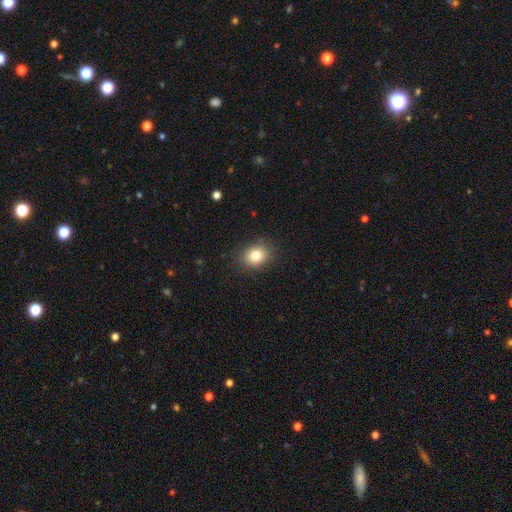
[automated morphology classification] A smooth galaxy with no disk features (83%) that is round (50%).

Vote fractions:
- Smooth or featured? smooth: 83% / star or artifact: 10% / featured or disk: 7%
- How rounded? round: 50% / in between: 49% / cigar-shaped: 1%
- Merging? none: 87% / minor disturbance: 9% / major disturbance: 3% / merger: 1%